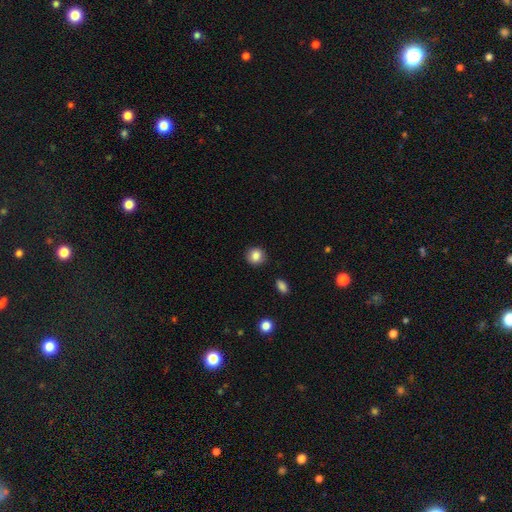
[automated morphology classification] smooth 86%, star or artifact 9%, featured or disk 5%. Down the decision tree: how rounded — round (86%); merging — none (88%).